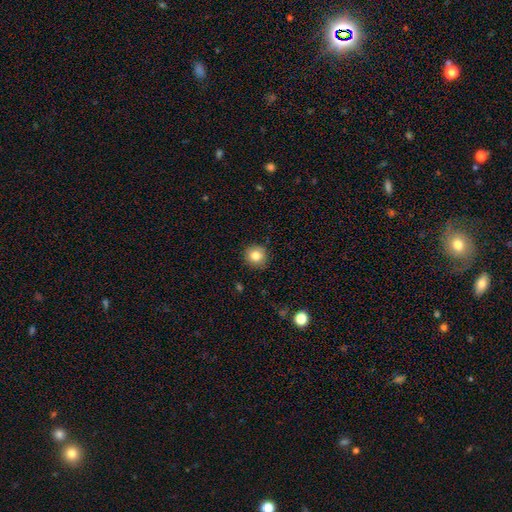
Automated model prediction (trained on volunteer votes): Smooth or featured? smooth (82%)
How rounded? round (91%)
Merging? none (89%)